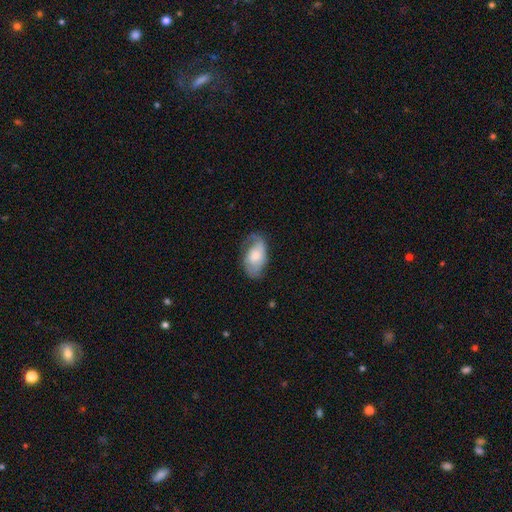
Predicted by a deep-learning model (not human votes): Smooth or featured?
  - featured or disk: 59% *
  - smooth: 35%
  - star or artifact: 6%
Edge-on disk?
  - no: 95% *
  - yes: 5%
Bar?
  - no: 70% *
  - weak: 26%
  - strong: 5%
Spiral arms?
  - yes: 85% *
  - no: 15%
Bulge size?
  - moderate: 44% *
  - small: 33%
  - large: 15%
  - none: 6%
  - dominant: 2%
Merging?
  - none: 60% *
  - minor disturbance: 25%
  - major disturbance: 14%
  - merger: 1%